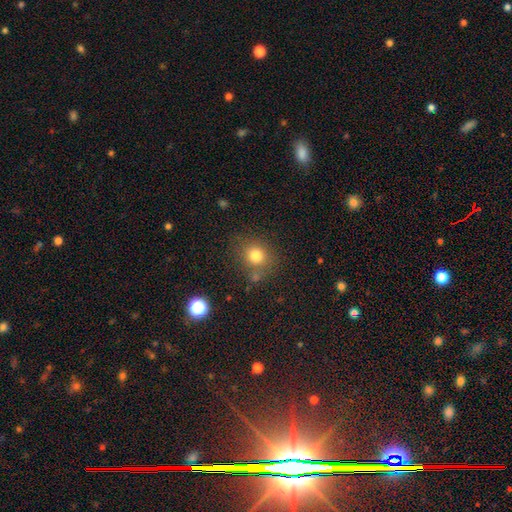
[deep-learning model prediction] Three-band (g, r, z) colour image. It shows a smooth galaxy with no disk features (78%) that is round (81%). Merging: none (74%).